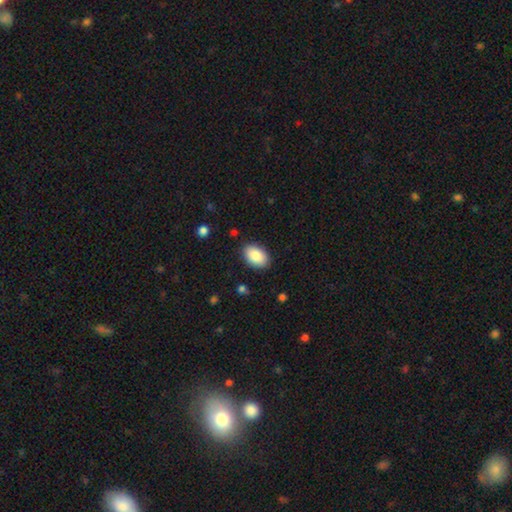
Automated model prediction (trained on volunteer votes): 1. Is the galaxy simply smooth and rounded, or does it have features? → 88% smooth, 6% star or artifact, 6% featured or disk.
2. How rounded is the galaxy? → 92% in between, 7% round, 1% cigar-shaped.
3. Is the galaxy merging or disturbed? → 87% none, 10% minor disturbance, 2% major disturbance, 1% merger.